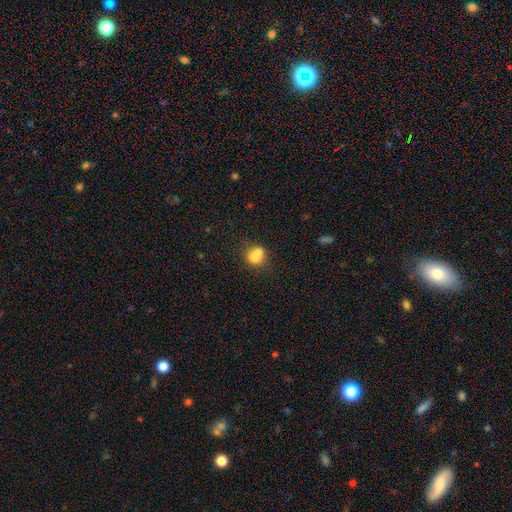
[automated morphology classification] Smooth or featured?
  - smooth: 70% *
  - featured or disk: 19%
  - star or artifact: 12%
How rounded?
  - round: 76% *
  - in between: 23%
  - cigar-shaped: 1%
Merging?
  - merger: 59% *
  - none: 31%
  - minor disturbance: 7%
  - major disturbance: 3%